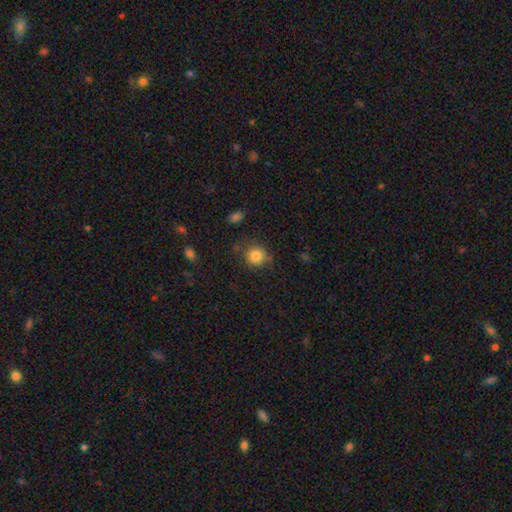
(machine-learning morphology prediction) The model was most divided on "merging": none: 74%, minor disturbance: 17%, major disturbance: 5%, merger: 4%. More confident: how rounded — round (88%); smooth or featured — smooth (83%).